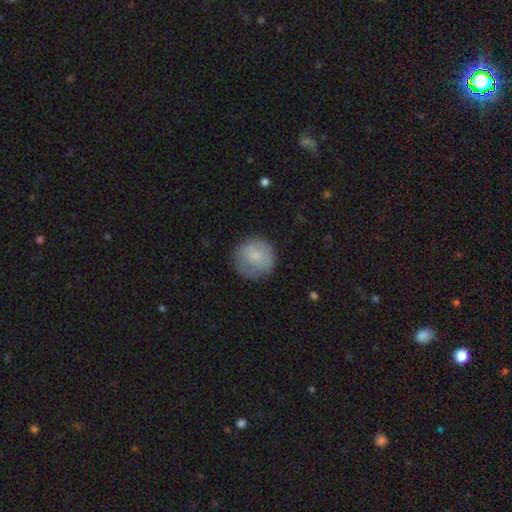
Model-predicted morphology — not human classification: Overall: smooth (75%). How rounded: round (93%). Merging: none (78%).